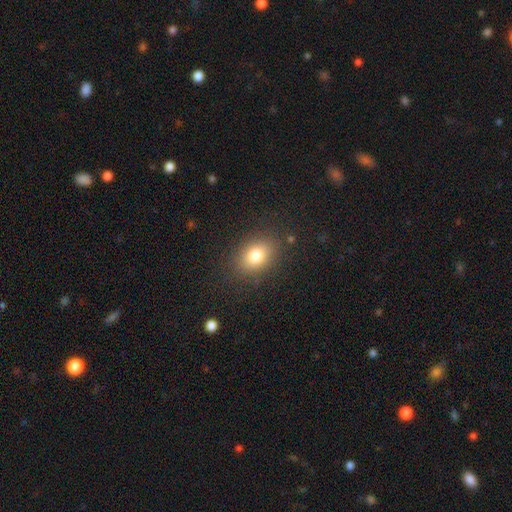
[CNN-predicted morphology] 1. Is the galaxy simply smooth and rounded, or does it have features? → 78% smooth, 11% star or artifact, 11% featured or disk.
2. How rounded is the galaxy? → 69% in between, 29% round, 1% cigar-shaped.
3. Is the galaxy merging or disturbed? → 84% none, 11% minor disturbance, 4% major disturbance, 1% merger.